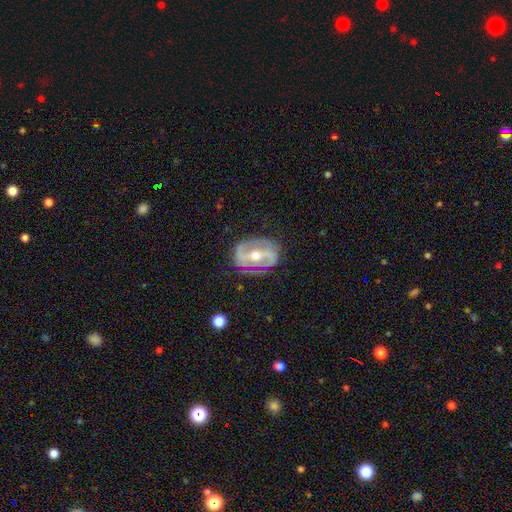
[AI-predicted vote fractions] Q: Smooth or featured?
A: featured or disk (84%); runner-up: smooth (11%)
Q: Edge-on disk?
A: no (96%); runner-up: yes (4%)
Q: Bar?
A: strong (50%); runner-up: weak (31%)
Q: Spiral arms?
A: yes (84%); runner-up: no (16%)
Q: Spiral winding?
A: medium (43%); runner-up: tight (35%)
Q: Spiral arm count?
A: 2 (84%); runner-up: can't tell (9%)
Q: Bulge size?
A: moderate (70%); runner-up: small (25%)
Q: Merging?
A: none (76%); runner-up: minor disturbance (16%)